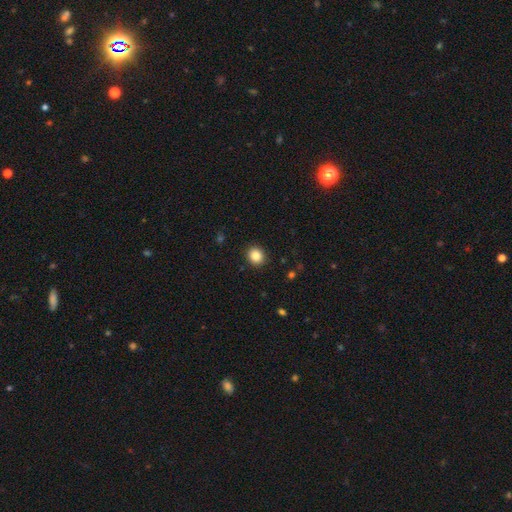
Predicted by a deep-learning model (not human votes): This is clearly a smooth galaxy (86%). How rounded: likely round (77%). Merging: clearly none (91%).